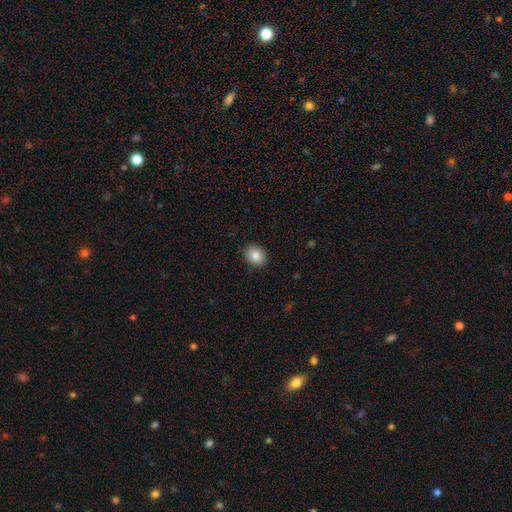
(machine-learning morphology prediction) Smooth or featured?
  - smooth: 85% *
  - star or artifact: 9%
  - featured or disk: 6%
How rounded?
  - in between: 50% *
  - round: 49%
  - cigar-shaped: 1%
Merging?
  - none: 88% *
  - minor disturbance: 9%
  - major disturbance: 2%
  - merger: 1%